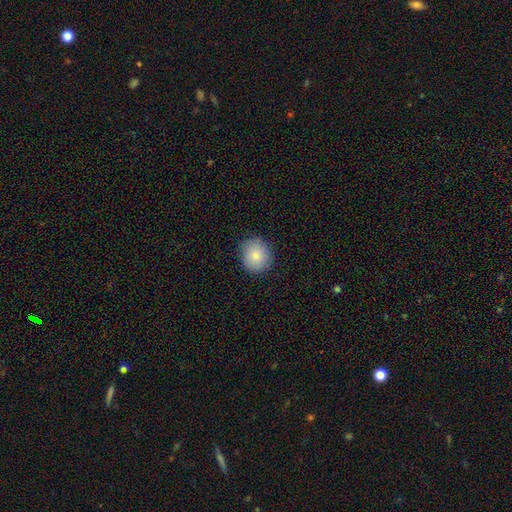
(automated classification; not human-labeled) smooth-or-featured: smooth: 83% | featured or disk: 9% | star or artifact: 8%
  how-rounded: round: 85% | in between: 14% | cigar-shaped: 1%
  merging: none: 86% | minor disturbance: 10% | major disturbance: 3% | merger: 1%